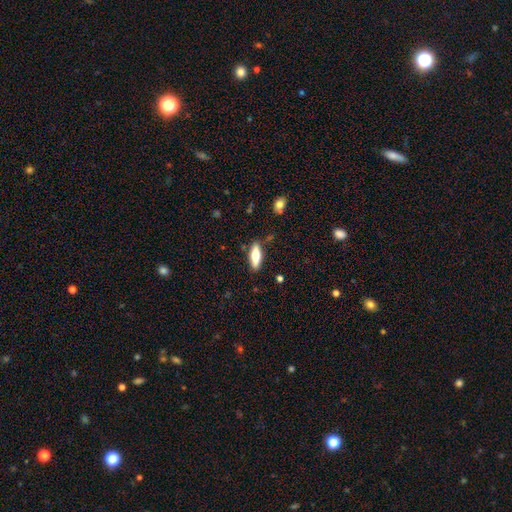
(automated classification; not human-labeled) smooth_or_featured: smooth (p=0.67) [alt: featured or disk p=0.26]
how_rounded: in between (p=0.54) [alt: cigar-shaped p=0.44]
merging: none (p=0.84) [alt: minor disturbance p=0.11]